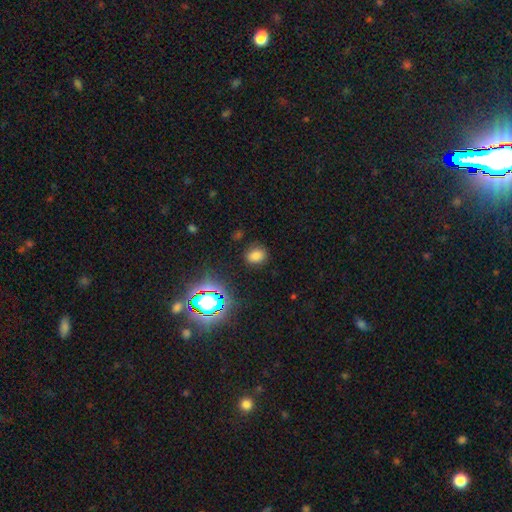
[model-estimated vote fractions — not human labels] Overall: smooth (73%). How rounded: in between (52%; round 47%). Merging: none (84%).